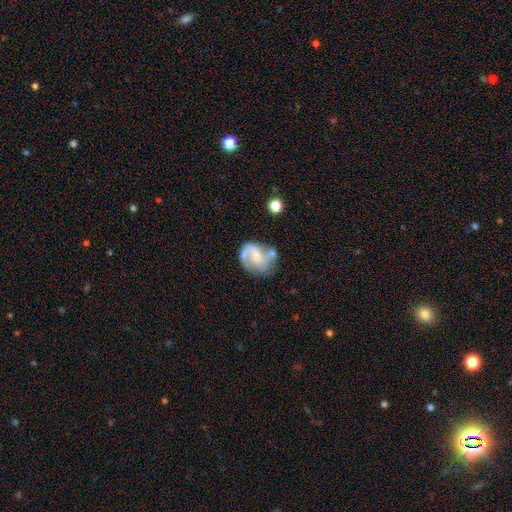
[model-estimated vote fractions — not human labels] Morphology: type=featured or disk (75%); edge-on=no (98%); bar=no (55%); spiral arms=yes (89%); winding=medium (47%); arm count=2 (69%); bulge=small (51%); merging=none (44%).